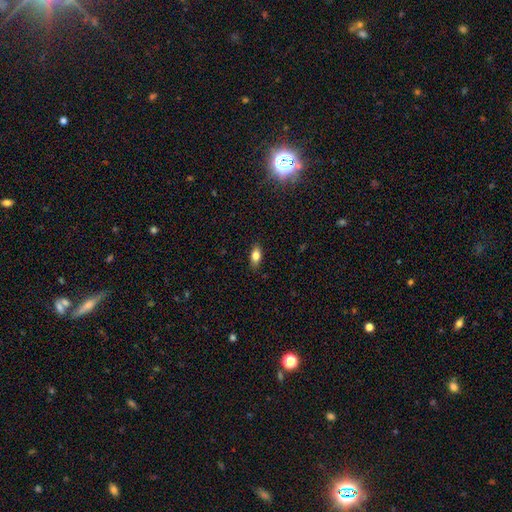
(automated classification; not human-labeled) Smooth or featured? smooth (80%)
How rounded? in between (84%)
Merging? none (87%)